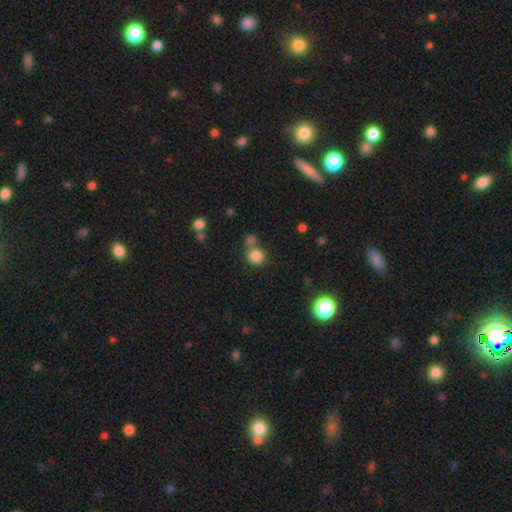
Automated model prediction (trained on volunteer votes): smooth 82%, star or artifact 12%, featured or disk 6%. Down the decision tree: how rounded — round (90%); merging — none (62%).